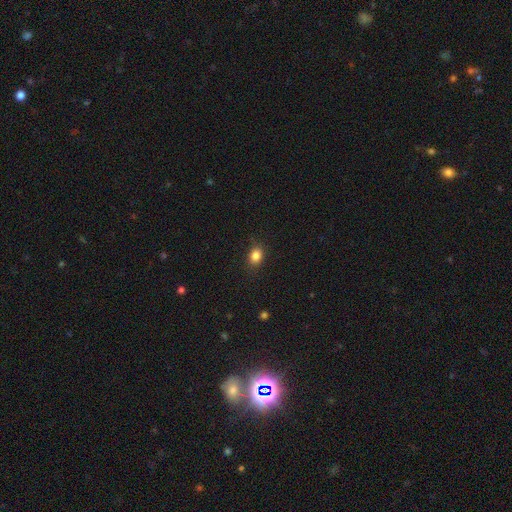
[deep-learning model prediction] The model was most divided on "how rounded": in between: 62%, round: 37%, cigar-shaped: 1%. More confident: smooth or featured — smooth (84%); merging — none (84%).